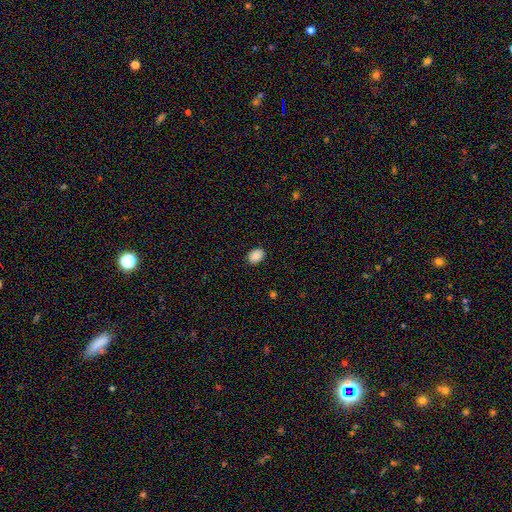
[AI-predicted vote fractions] smooth-or-featured: smooth: 89% | star or artifact: 8% | featured or disk: 3%
  how-rounded: in between: 72% | round: 27% | cigar-shaped: 1%
  merging: none: 89% | minor disturbance: 8% | major disturbance: 2% | merger: 1%